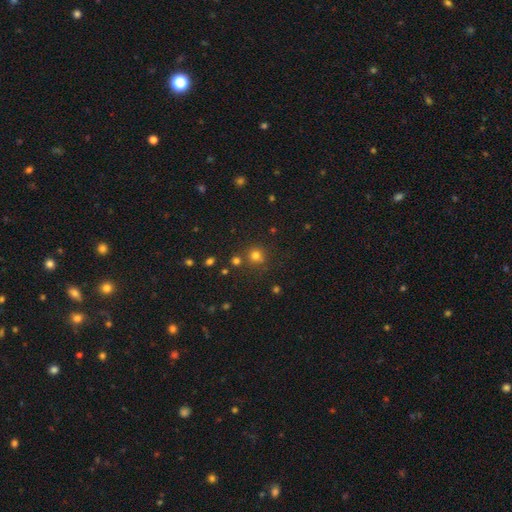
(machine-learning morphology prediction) Smooth or featured? smooth (72%)
How rounded? round (91%)
Merging? none (75%)